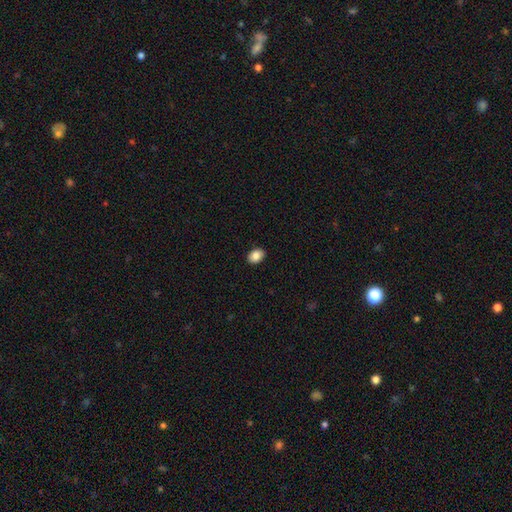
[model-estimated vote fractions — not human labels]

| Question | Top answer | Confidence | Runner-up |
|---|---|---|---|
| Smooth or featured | smooth | 87% | star or artifact (8%) |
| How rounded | in between | 76% | round (23%) |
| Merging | none | 90% | minor disturbance (7%) |